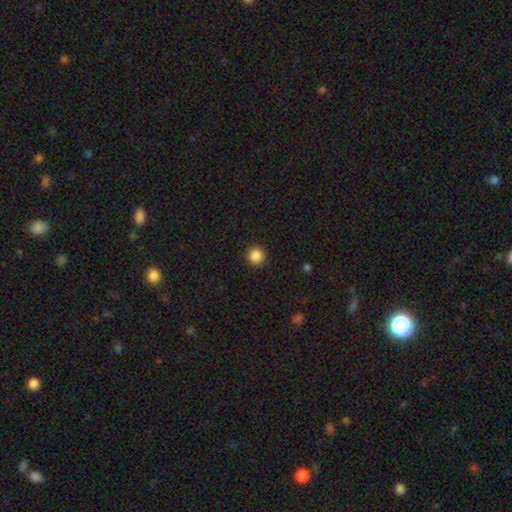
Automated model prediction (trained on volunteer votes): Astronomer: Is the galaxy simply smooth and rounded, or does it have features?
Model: smooth — 87%.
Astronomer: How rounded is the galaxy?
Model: round — 95%.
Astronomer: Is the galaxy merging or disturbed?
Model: none — 92%.